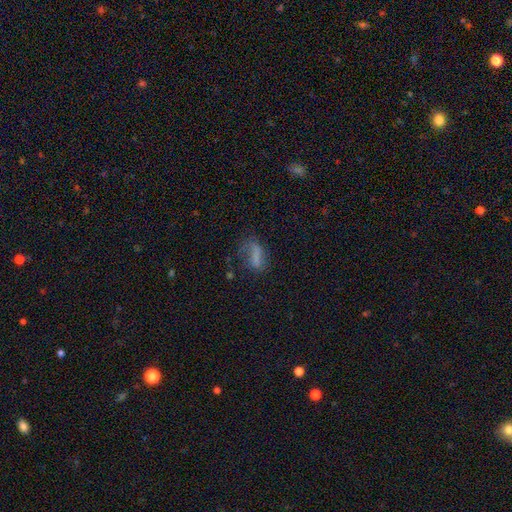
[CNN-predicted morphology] A smooth galaxy with no disk features (59%) that is in between round and cigar-shaped (64%). Merging: none (42%).